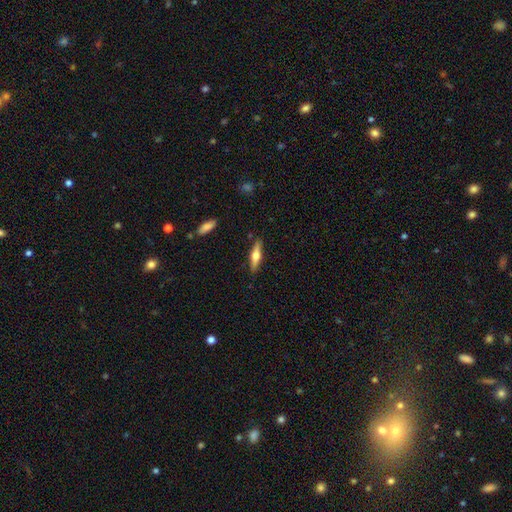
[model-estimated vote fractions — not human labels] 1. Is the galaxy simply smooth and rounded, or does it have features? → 49% featured or disk, 45% smooth, 6% star or artifact.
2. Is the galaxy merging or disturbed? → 87% none, 9% minor disturbance, 2% major disturbance, 2% merger.